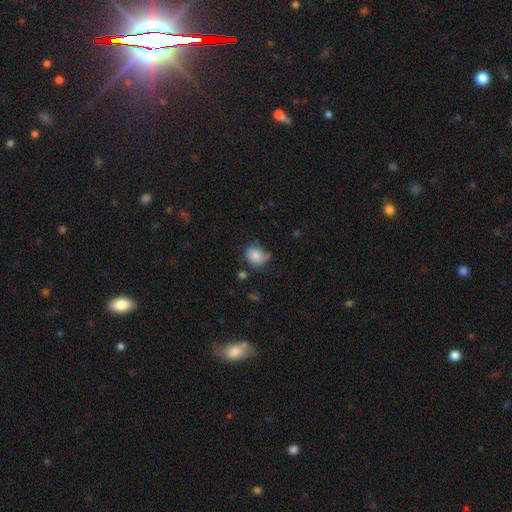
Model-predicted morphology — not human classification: smooth-or-featured: smooth: 82% | featured or disk: 9% | star or artifact: 9%
  how-rounded: round: 60% | in between: 39% | cigar-shaped: 1%
  merging: none: 49% | minor disturbance: 35% | major disturbance: 10% | merger: 5%